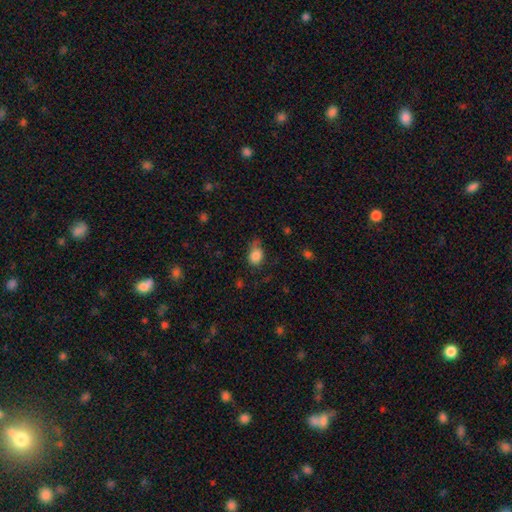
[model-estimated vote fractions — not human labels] Overall: smooth (84%). How rounded: in between (66%; round 33%). Merging: none (50%; minor disturbance 36%).